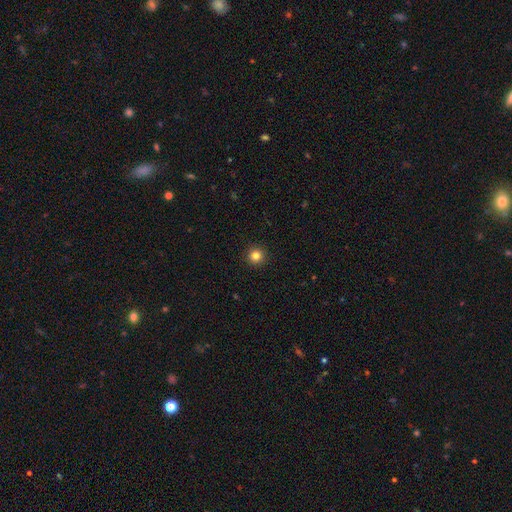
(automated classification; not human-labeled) This appears to be a smooth galaxy with no disk features (82%) that is round (96%). Merging: none (93%).